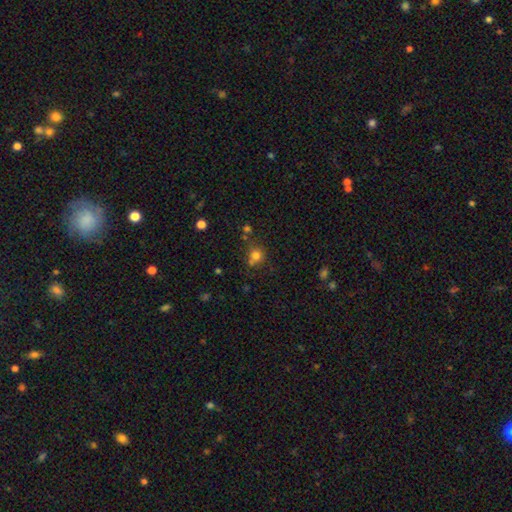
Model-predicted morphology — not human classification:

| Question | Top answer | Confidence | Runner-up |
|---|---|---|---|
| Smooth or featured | smooth | 76% | star or artifact (16%) |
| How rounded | round | 87% | in between (12%) |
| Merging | none | 62% | merger (21%) |